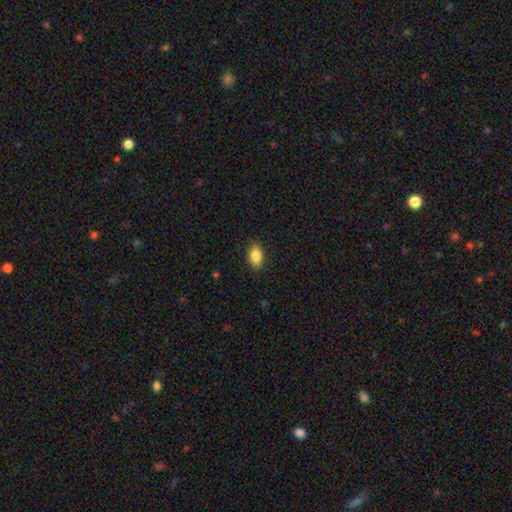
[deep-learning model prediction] This appears to be a smooth galaxy with no disk features (85%) that is in between round and cigar-shaped (88%). Merging: none (88%).